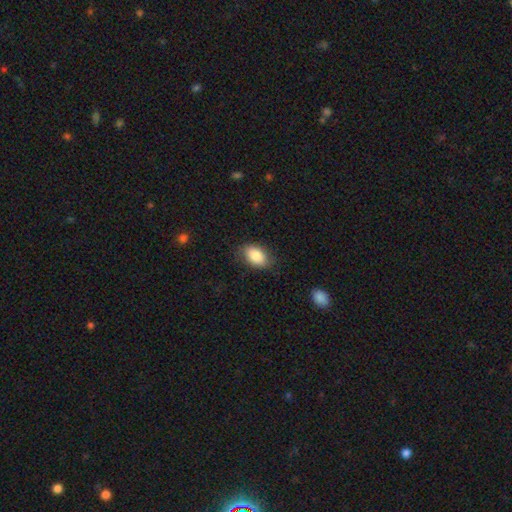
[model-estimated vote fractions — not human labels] Smooth or featured: smooth — 86% (featured or disk — 7%)
How rounded: in between — 89% (round — 9%)
Merging: none — 78% (minor disturbance — 17%)